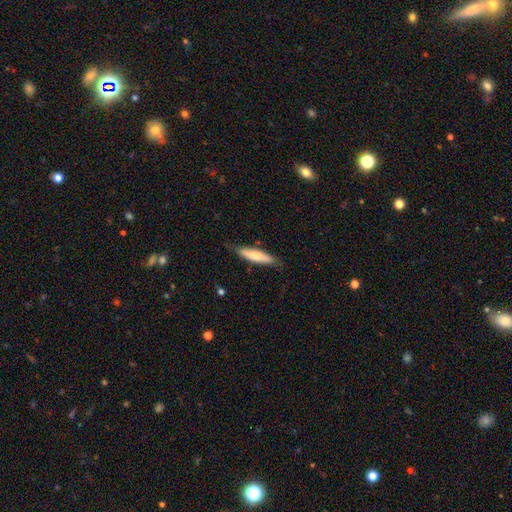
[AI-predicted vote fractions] Morphology: type=smooth (70%); roundness=cigar-shaped (76%); merging=none (80%).